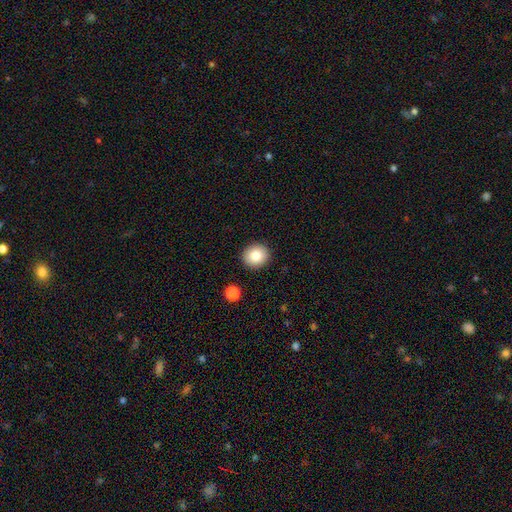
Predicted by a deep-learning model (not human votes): Overall: smooth (82%). How rounded: round (83%). Merging: none (91%).